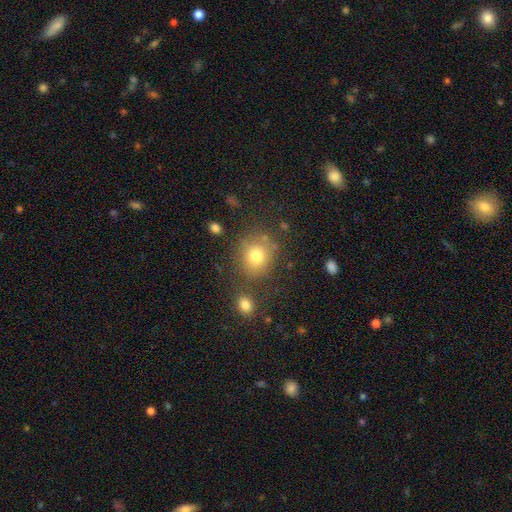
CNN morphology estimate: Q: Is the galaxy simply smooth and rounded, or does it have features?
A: smooth — 77%.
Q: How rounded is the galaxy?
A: round — 79%.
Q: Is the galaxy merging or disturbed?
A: none — 74%.